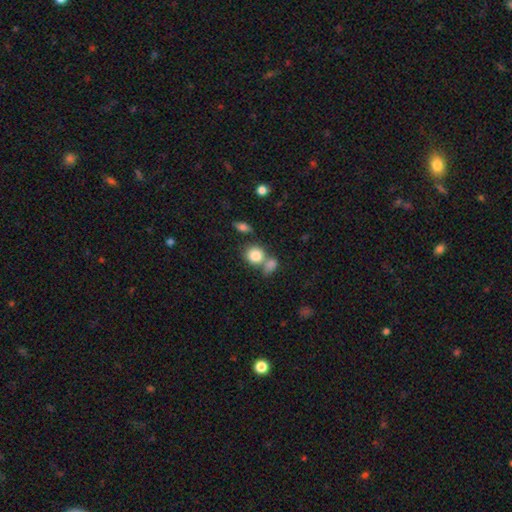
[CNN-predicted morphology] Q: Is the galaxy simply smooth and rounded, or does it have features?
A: smooth — 83%.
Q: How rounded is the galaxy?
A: round — 76%.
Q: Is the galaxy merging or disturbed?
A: none — 46%.